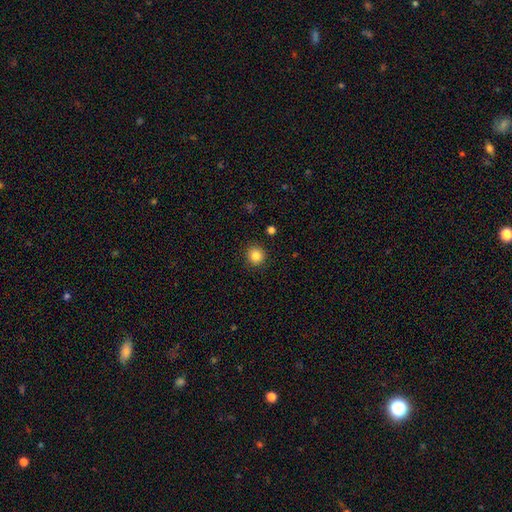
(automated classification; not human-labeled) A smooth galaxy with no disk features (84%) that is round (93%). Merging: none (91%).